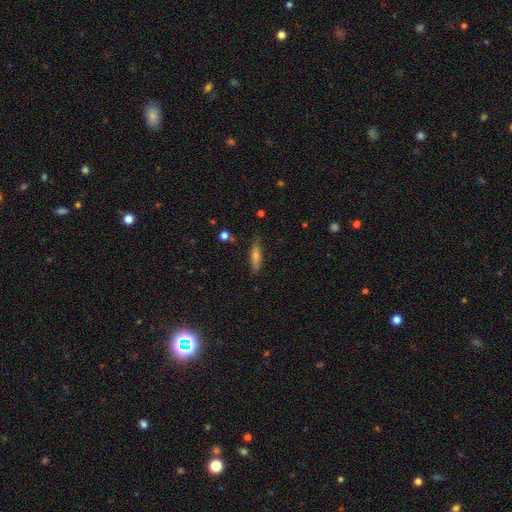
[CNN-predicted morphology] A smooth galaxy with no disk features (57%) that is cigar-shaped (79%).

Vote fractions:
- Smooth or featured? smooth: 57% / featured or disk: 32% / star or artifact: 11%
- How rounded? cigar-shaped: 79% / in between: 18% / round: 2%
- Merging? none: 83% / minor disturbance: 13% / major disturbance: 3% / merger: 2%